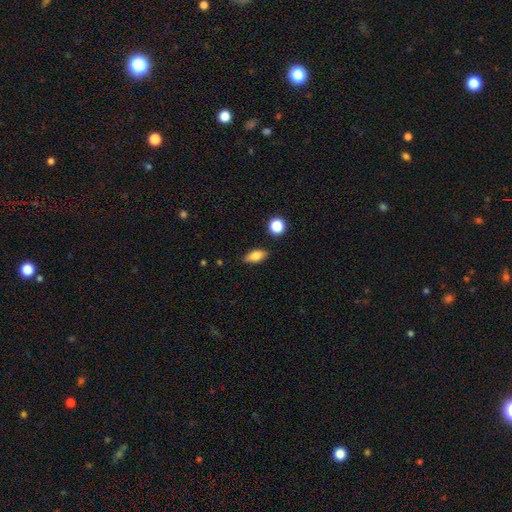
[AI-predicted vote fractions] Q: Smooth or featured?
A: smooth (80%); runner-up: featured or disk (12%)
Q: How rounded?
A: in between (83%); runner-up: cigar-shaped (10%)
Q: Merging?
A: none (84%); runner-up: minor disturbance (11%)